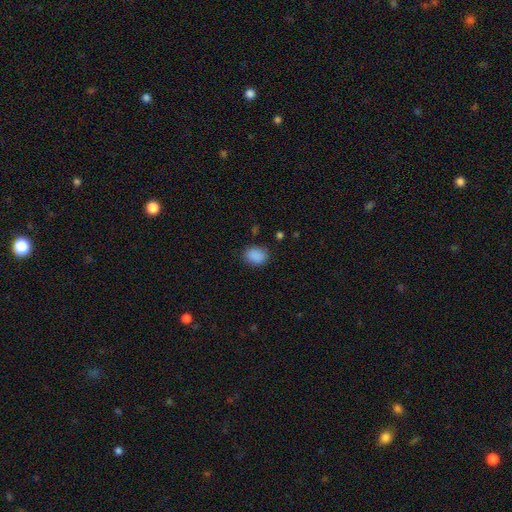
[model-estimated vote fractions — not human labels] Smooth or featured: smooth — 88% (star or artifact — 9%)
How rounded: in between — 67% (round — 32%)
Merging: none — 81% (minor disturbance — 14%)